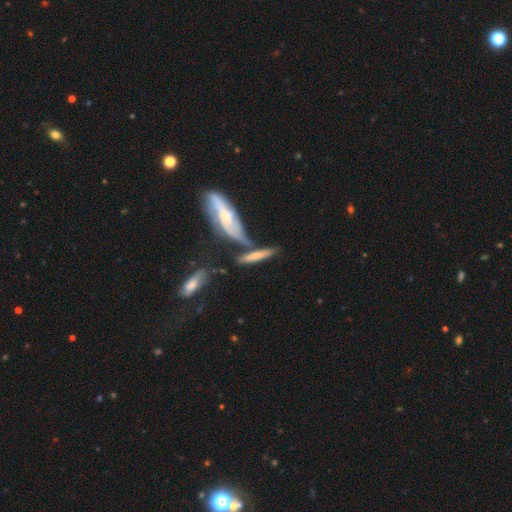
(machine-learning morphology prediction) A smooth galaxy with no disk features (55%) that is cigar-shaped (79%).

Vote fractions:
- Smooth or featured? smooth: 55% / featured or disk: 38% / star or artifact: 7%
- How rounded? cigar-shaped: 79% / in between: 19% / round: 2%
- Merging? none: 47% / merger: 33% / minor disturbance: 14% / major disturbance: 6%